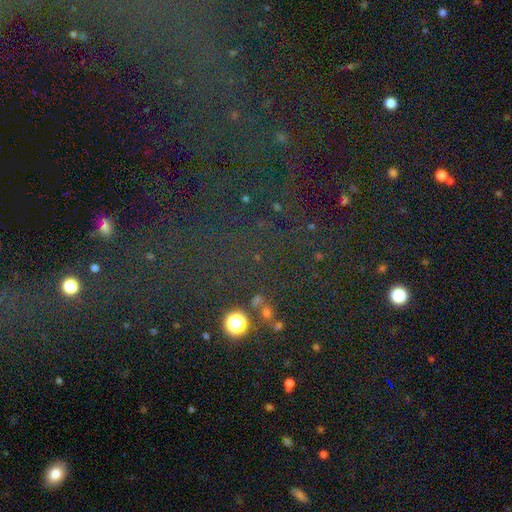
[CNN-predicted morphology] Overall: star or artifact (72%).